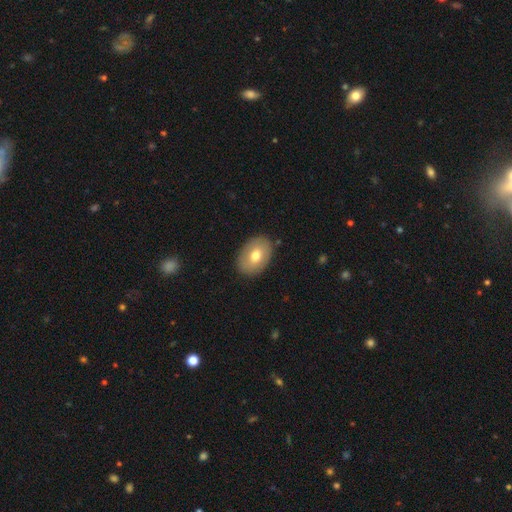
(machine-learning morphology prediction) smooth 70%, featured or disk 23%, star or artifact 7%. Down the decision tree: how rounded — in between (81%); merging — none (86%).